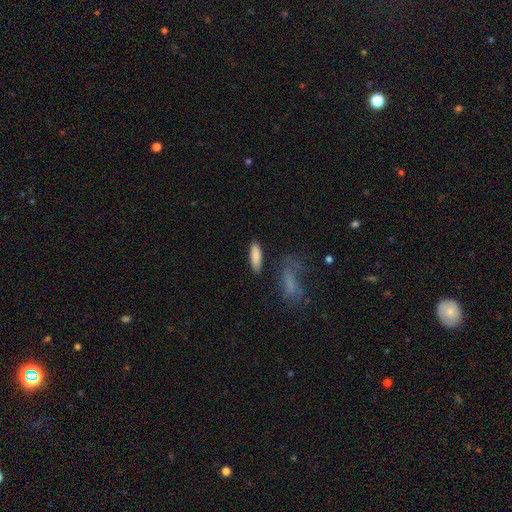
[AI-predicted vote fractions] Smooth or featured?
  - smooth: 87% *
  - featured or disk: 7%
  - star or artifact: 6%
How rounded?
  - in between: 55% *
  - cigar-shaped: 43%
  - round: 2%
Merging?
  - none: 79% *
  - minor disturbance: 13%
  - merger: 4%
  - major disturbance: 4%